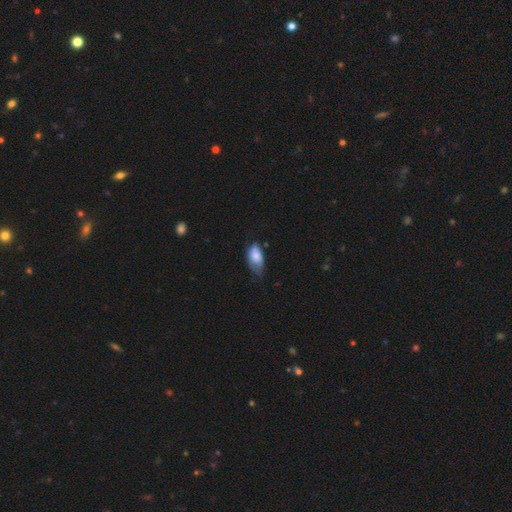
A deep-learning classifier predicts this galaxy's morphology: Smooth or featured?
  - smooth: 76% *
  - featured or disk: 17%
  - star or artifact: 7%
How rounded?
  - in between: 92% *
  - round: 4%
  - cigar-shaped: 4%
Merging?
  - minor disturbance: 48% *
  - none: 33%
  - major disturbance: 16%
  - merger: 3%